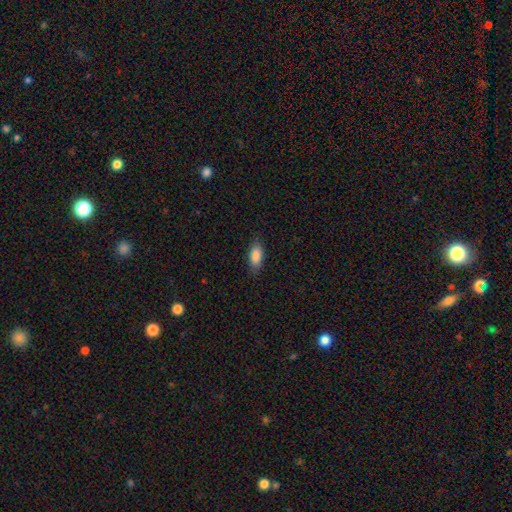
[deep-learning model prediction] This appears to be a smooth galaxy with no disk features (86%) that is in between round and cigar-shaped (83%). Merging: none (84%).